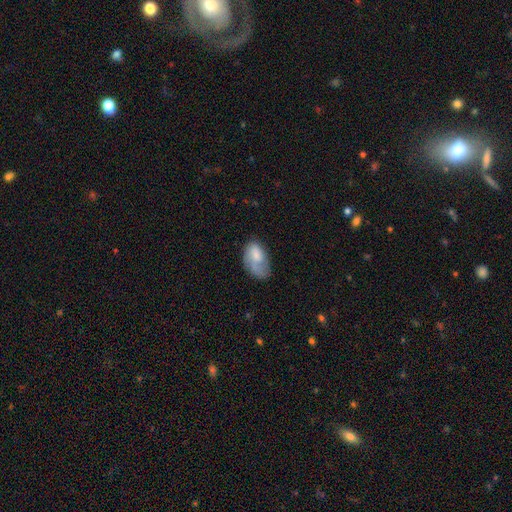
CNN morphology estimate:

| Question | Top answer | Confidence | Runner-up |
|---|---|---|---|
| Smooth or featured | smooth | 66% | featured or disk (27%) |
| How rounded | in between | 92% | round (6%) |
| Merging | none | 36% | minor disturbance (33%) |